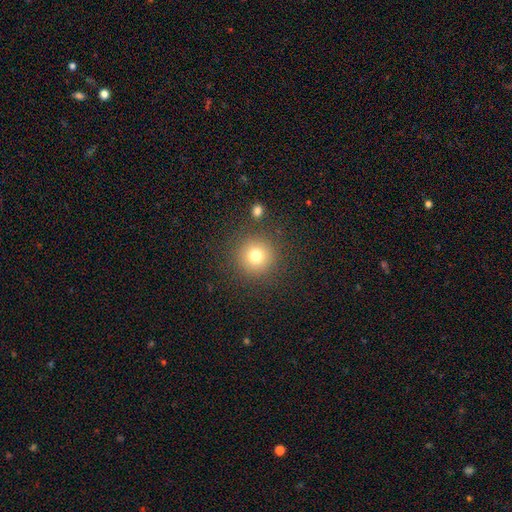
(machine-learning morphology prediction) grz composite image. It shows a smooth galaxy with no disk features (76%) that is round (95%). Merging: none (87%).